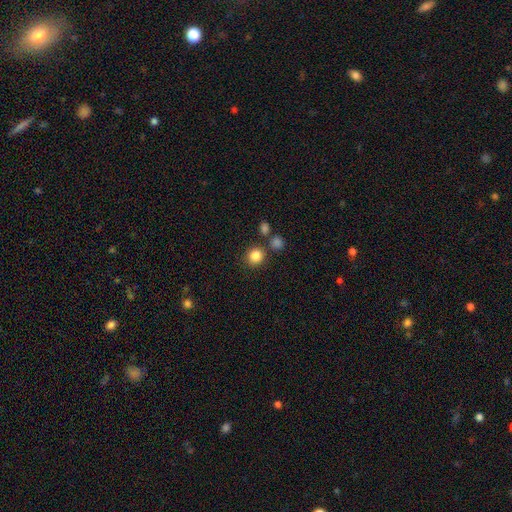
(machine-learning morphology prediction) type=smooth (84%); roundness=round (88%); merging=none (79%).